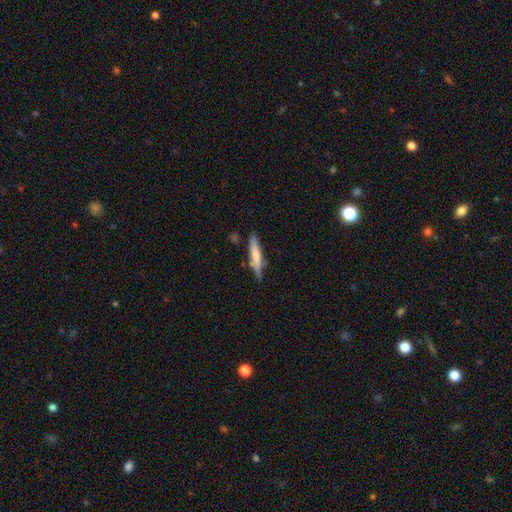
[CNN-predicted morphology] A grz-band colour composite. It shows a smooth galaxy with no disk features (63%) that is cigar-shaped (89%). Merging: none (72%).